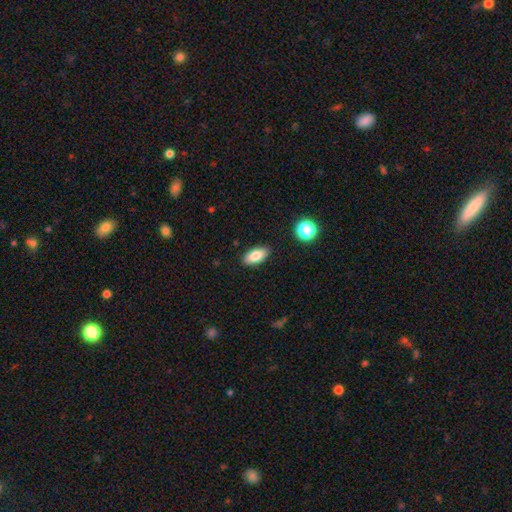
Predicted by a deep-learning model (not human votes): Smooth or featured?
  - smooth: 81% *
  - featured or disk: 11%
  - star or artifact: 8%
How rounded?
  - in between: 89% *
  - cigar-shaped: 8%
  - round: 4%
Merging?
  - none: 88% *
  - minor disturbance: 8%
  - major disturbance: 2%
  - merger: 2%